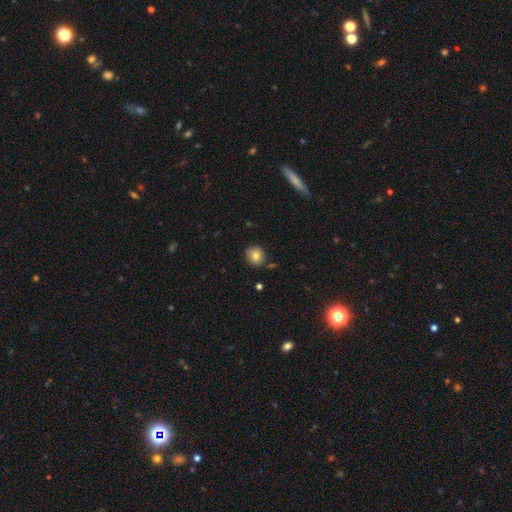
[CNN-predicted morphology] smooth-or-featured: smooth: 80% | featured or disk: 11% | star or artifact: 10%
  how-rounded: round: 87% | in between: 12% | cigar-shaped: 1%
  merging: none: 85% | minor disturbance: 10% | merger: 3% | major disturbance: 2%